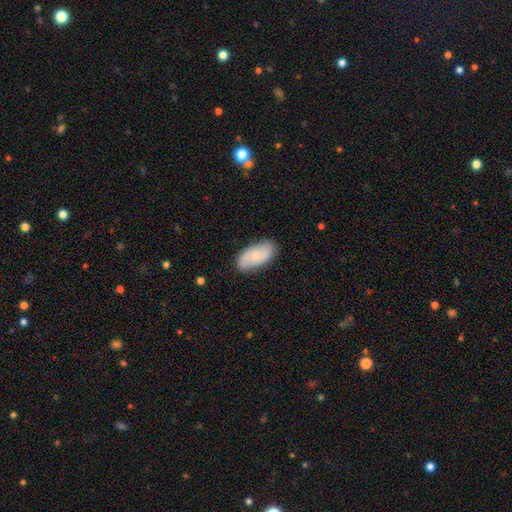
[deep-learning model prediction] Smooth or featured? smooth (57%)
How rounded? in between (92%)
Merging? none (82%)